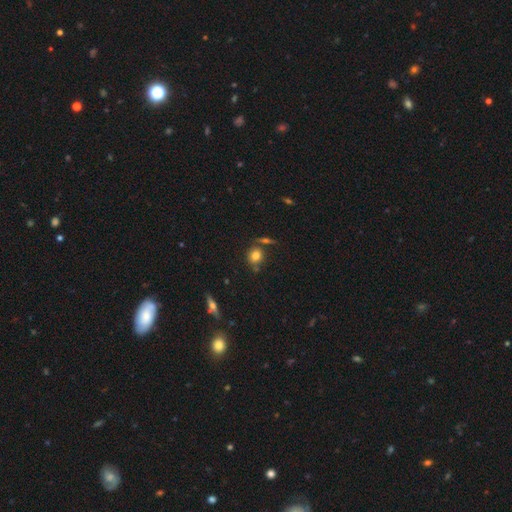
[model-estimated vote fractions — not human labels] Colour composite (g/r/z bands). It shows a smooth galaxy with no disk features (77%) that is round (70%). Merging: none (70%).